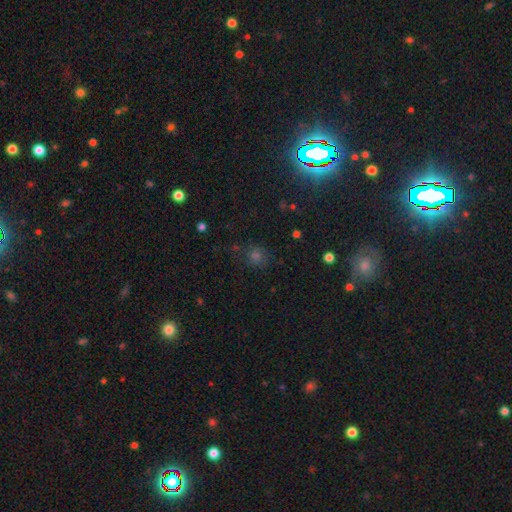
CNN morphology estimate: This appears to be a smooth galaxy with no disk features (50%) that is round (86%). Merging: none (80%).